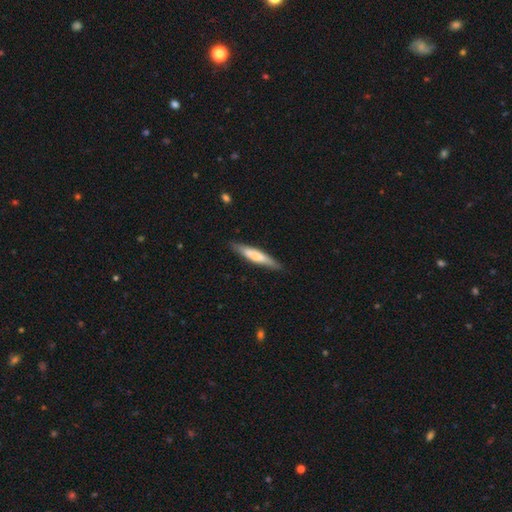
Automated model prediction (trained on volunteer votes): A smooth galaxy with no disk features (62%) that is cigar-shaped (89%).

Vote fractions:
- Smooth or featured? smooth: 62% / featured or disk: 32% / star or artifact: 5%
- How rounded? cigar-shaped: 89% / in between: 10% / round: 1%
- Merging? none: 86% / minor disturbance: 11% / major disturbance: 2% / merger: 1%